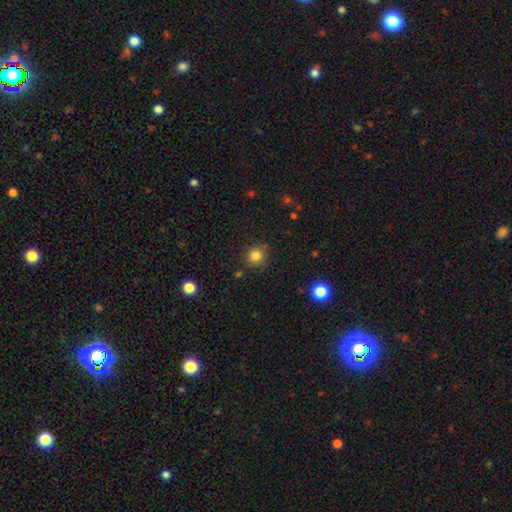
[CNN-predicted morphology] A smooth galaxy with no disk features (82%) that is round (92%).

Vote fractions:
- Smooth or featured? smooth: 82% / star or artifact: 12% / featured or disk: 5%
- How rounded? round: 92% / in between: 7% / cigar-shaped: 1%
- Merging? none: 86% / minor disturbance: 9% / major disturbance: 3% / merger: 2%